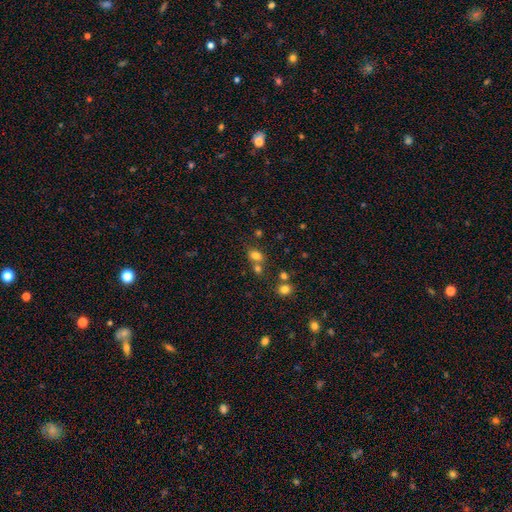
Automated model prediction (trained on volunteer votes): This is likely a smooth galaxy (77%). How rounded: likely in between (61%). Merging: possibly none (49%).